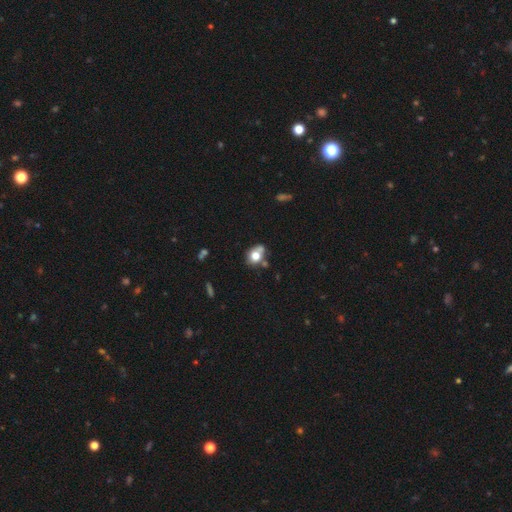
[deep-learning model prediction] This is likely a smooth galaxy (70%). How rounded: possibly in between (51%). Merging: possibly none (49%).